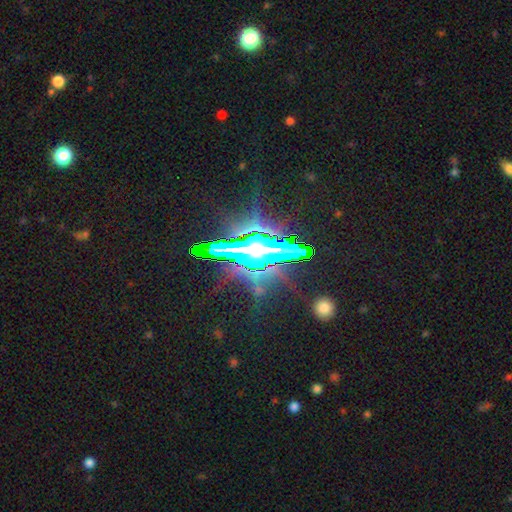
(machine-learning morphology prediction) type=star or artifact (68%).